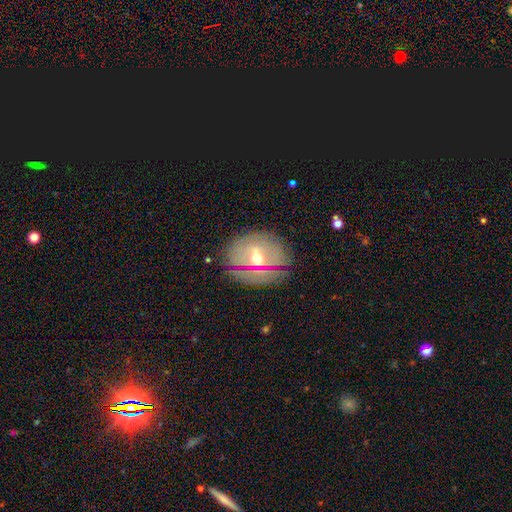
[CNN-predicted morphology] This appears to be a featured or disk galaxy (49%). Merging: none (82%).